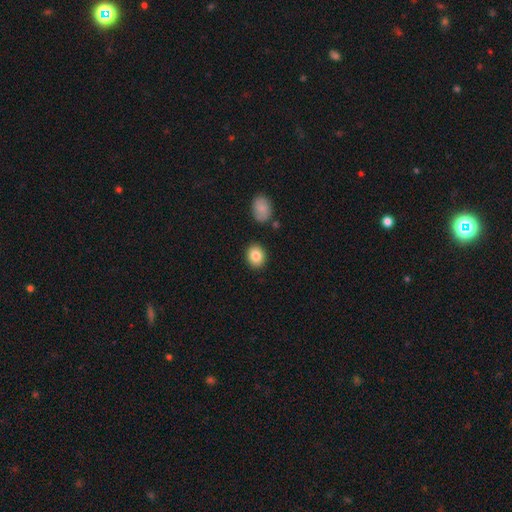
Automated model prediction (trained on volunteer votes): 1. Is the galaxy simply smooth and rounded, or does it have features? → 84% smooth, 8% star or artifact, 8% featured or disk.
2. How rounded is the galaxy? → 62% round, 37% in between, 1% cigar-shaped.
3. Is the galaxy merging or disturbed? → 87% none, 8% minor disturbance, 3% merger, 2% major disturbance.